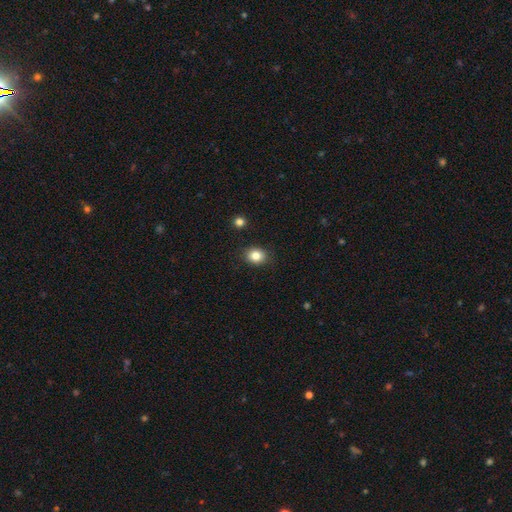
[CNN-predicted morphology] smooth_or_featured: smooth (p=0.83) [alt: star or artifact p=0.10]
how_rounded: round (p=0.60) [alt: in between p=0.39]
merging: none (p=0.87) [alt: minor disturbance p=0.09]